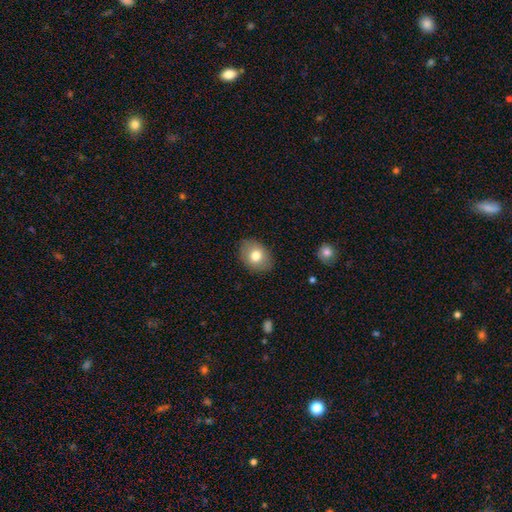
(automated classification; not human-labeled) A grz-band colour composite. It shows a smooth galaxy with no disk features (77%) that is in between round and cigar-shaped (67%). Merging: none (85%).